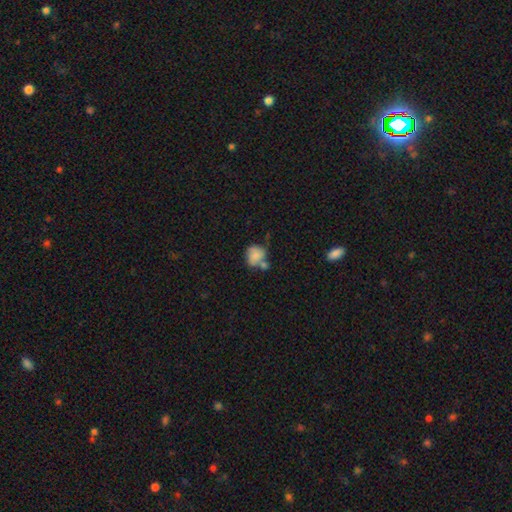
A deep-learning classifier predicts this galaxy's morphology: Smooth or featured?
  - smooth: 75% *
  - featured or disk: 16%
  - star or artifact: 9%
How rounded?
  - round: 61% *
  - in between: 38%
  - cigar-shaped: 1%
Merging?
  - merger: 34% * (tied)
  - none: 34% * (tied)
  - minor disturbance: 21%
  - major disturbance: 11%